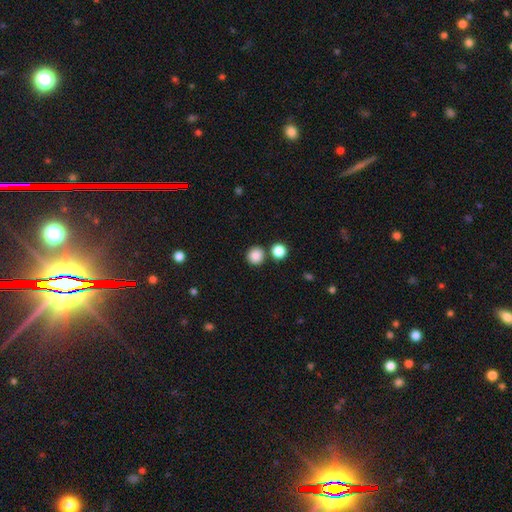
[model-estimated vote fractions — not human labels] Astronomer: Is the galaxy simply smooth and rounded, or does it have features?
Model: smooth — 86%.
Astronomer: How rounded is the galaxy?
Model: round — 92%.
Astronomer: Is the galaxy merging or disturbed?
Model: none — 81%.